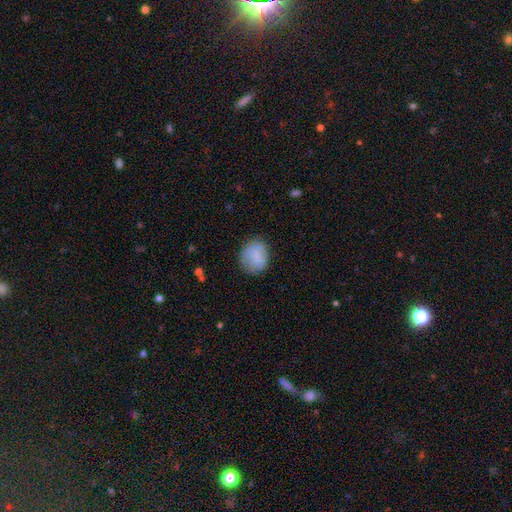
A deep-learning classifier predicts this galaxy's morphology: smooth-or-featured: smooth: 80% | featured or disk: 13% | star or artifact: 7%
  how-rounded: round: 67% | in between: 32% | cigar-shaped: 1%
  merging: none: 76% | minor disturbance: 17% | major disturbance: 5% | merger: 1%